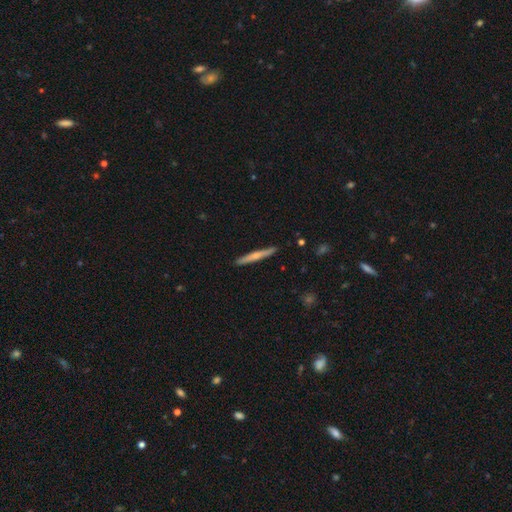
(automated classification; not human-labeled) This appears to be a featured or disk galaxy (48%). Merging: none (90%).